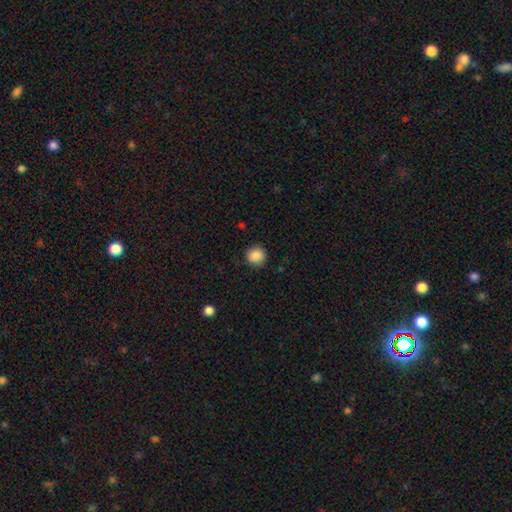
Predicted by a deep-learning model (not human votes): smooth 88%, star or artifact 9%, featured or disk 3%. Down the decision tree: how rounded — round (88%); merging — none (86%).